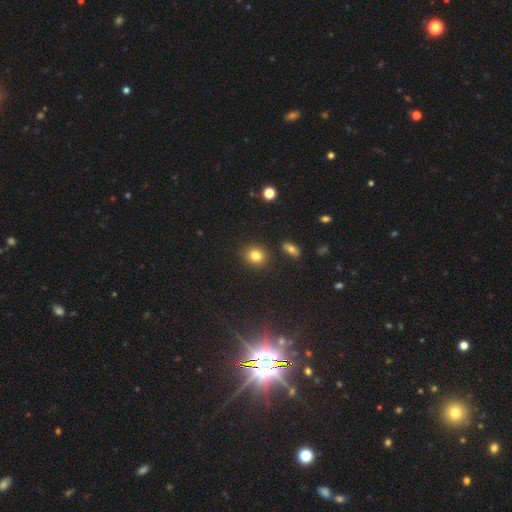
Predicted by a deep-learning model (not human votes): Smooth or featured?
  - smooth: 82% *
  - star or artifact: 11%
  - featured or disk: 7%
How rounded?
  - round: 77% *
  - in between: 22%
  - cigar-shaped: 1%
Merging?
  - none: 87% *
  - minor disturbance: 8%
  - merger: 3%
  - major disturbance: 2%